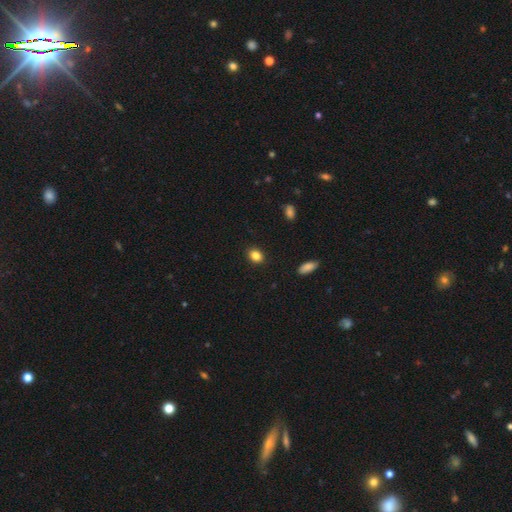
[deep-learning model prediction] This is clearly a smooth galaxy (85%). How rounded: possibly in between (59%). Merging: clearly none (89%).